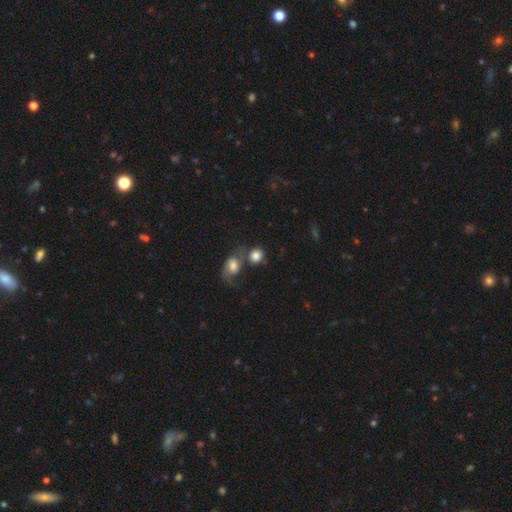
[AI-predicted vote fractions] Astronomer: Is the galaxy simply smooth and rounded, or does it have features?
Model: smooth — 75%.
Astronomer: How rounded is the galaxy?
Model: round — 76%.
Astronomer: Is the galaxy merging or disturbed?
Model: merger — 46% (runner-up: none, 36%).